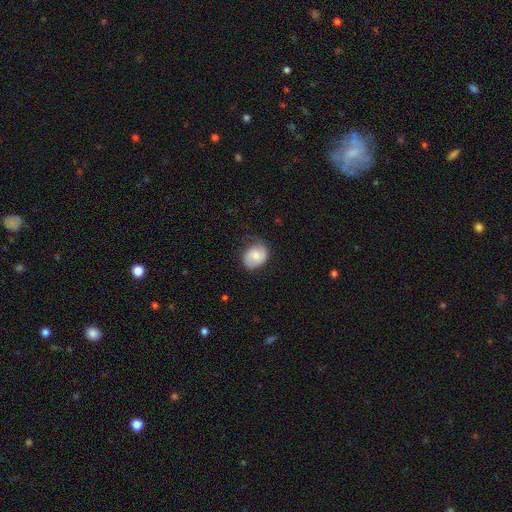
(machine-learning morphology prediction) Overall: smooth (59%; featured or disk 34%). How rounded: round (51%; in between 48%). Merging: none (58%; minor disturbance 29%).